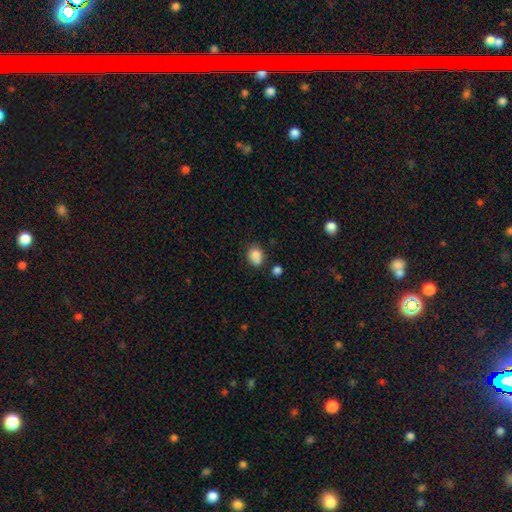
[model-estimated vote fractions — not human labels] A smooth galaxy with no disk features (82%) that is round (58%).

Vote fractions:
- Smooth or featured? smooth: 82% / star or artifact: 10% / featured or disk: 9%
- How rounded? round: 58% / in between: 41% / cigar-shaped: 1%
- Merging? none: 55% / minor disturbance: 20% / merger: 20% / major disturbance: 6%